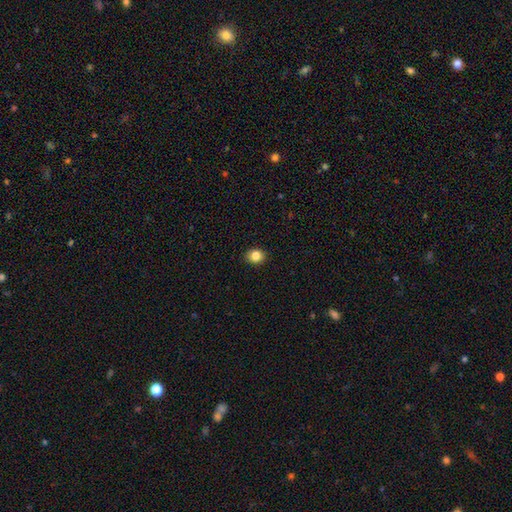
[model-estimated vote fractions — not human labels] Smooth or featured?
  - smooth: 84% *
  - star or artifact: 10%
  - featured or disk: 6%
How rounded?
  - round: 63% *
  - in between: 36%
  - cigar-shaped: 1%
Merging?
  - none: 90% *
  - minor disturbance: 7%
  - major disturbance: 2%
  - merger: 1%